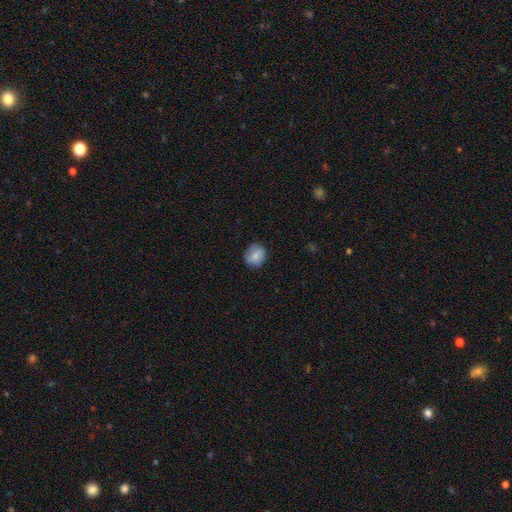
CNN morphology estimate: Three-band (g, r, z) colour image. It shows a smooth galaxy with no disk features (78%) that is round (70%). Merging: none (79%).